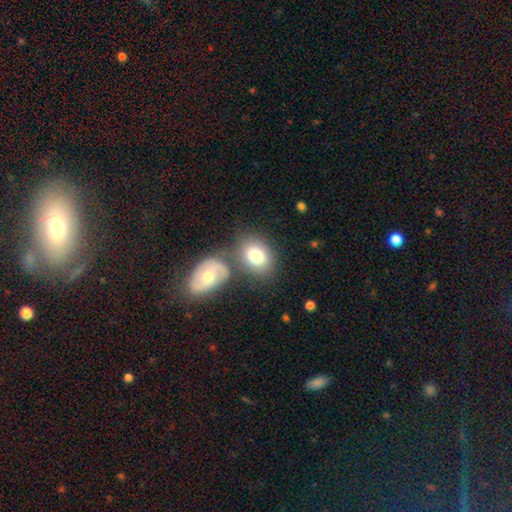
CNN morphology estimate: smooth_or_featured: smooth (p=0.76) [alt: featured or disk p=0.17]
how_rounded: in between (p=0.59) [alt: round p=0.40]
merging: none (p=0.55) [alt: merger p=0.27]